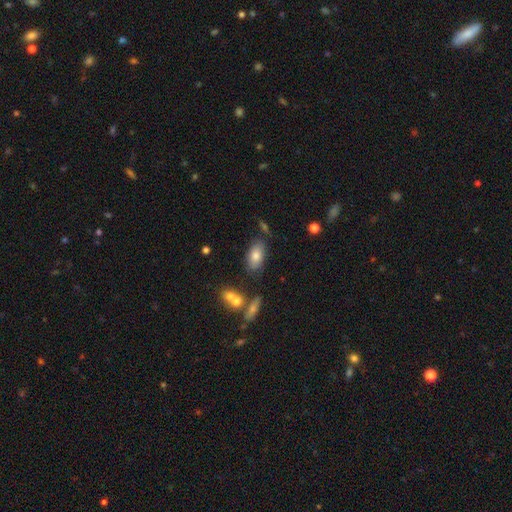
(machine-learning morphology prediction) type=smooth (78%); roundness=in between (92%); merging=none (74%).